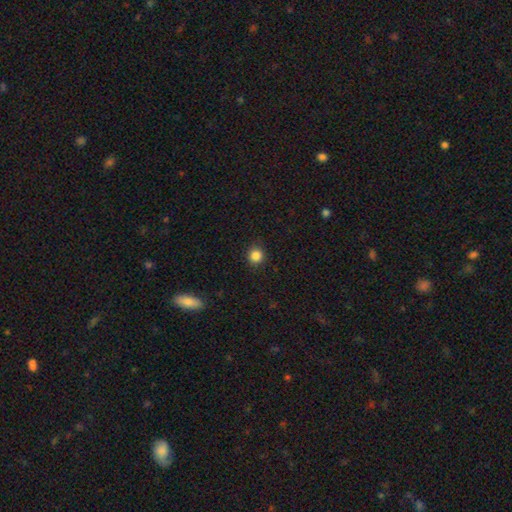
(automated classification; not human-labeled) smooth 85%, star or artifact 11%, featured or disk 4%. Down the decision tree: how rounded — round (92%); merging — none (90%).